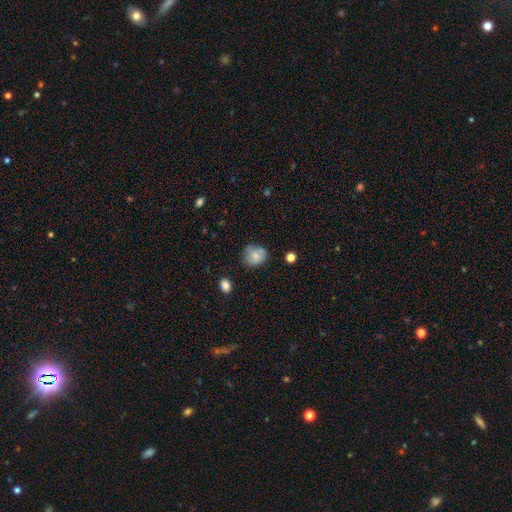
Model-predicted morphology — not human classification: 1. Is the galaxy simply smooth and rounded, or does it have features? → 71% smooth, 20% featured or disk, 10% star or artifact.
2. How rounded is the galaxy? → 68% round, 32% in between, 1% cigar-shaped.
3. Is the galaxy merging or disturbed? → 56% none, 31% minor disturbance, 9% major disturbance, 4% merger.